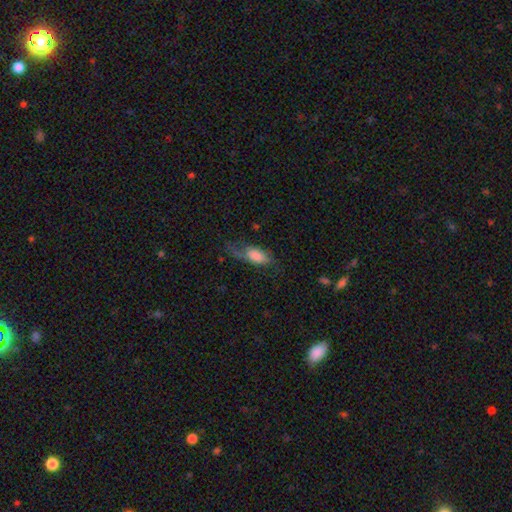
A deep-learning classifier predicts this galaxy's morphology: Q: Smooth or featured?
A: smooth (62%); runner-up: featured or disk (30%)
Q: How rounded?
A: in between (83%); runner-up: cigar-shaped (13%)
Q: Merging?
A: none (41%); runner-up: major disturbance (29%)